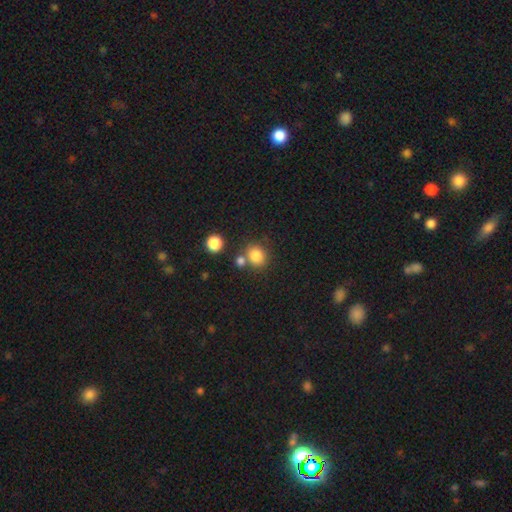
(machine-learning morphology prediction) smooth-or-featured: smooth: 82% | star or artifact: 11% | featured or disk: 6%
  how-rounded: round: 78% | in between: 21% | cigar-shaped: 1%
  merging: none: 66% | merger: 21% | minor disturbance: 10% | major disturbance: 4%